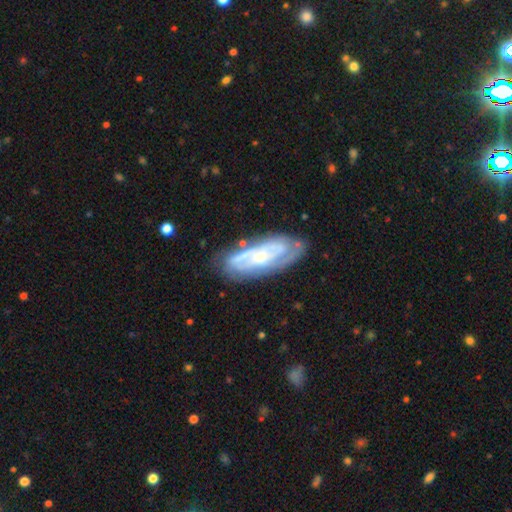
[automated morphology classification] A featured or disk galaxy (74%) with no bar (63%), tight (61%) spiral arms (86%) and a small central bulge (65%). Merging: none (74%).